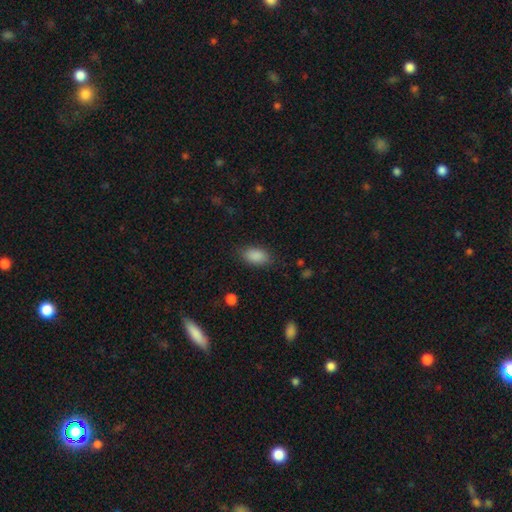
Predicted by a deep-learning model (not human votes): Morphology: type=smooth (89%); roundness=in between (92%); merging=none (82%).